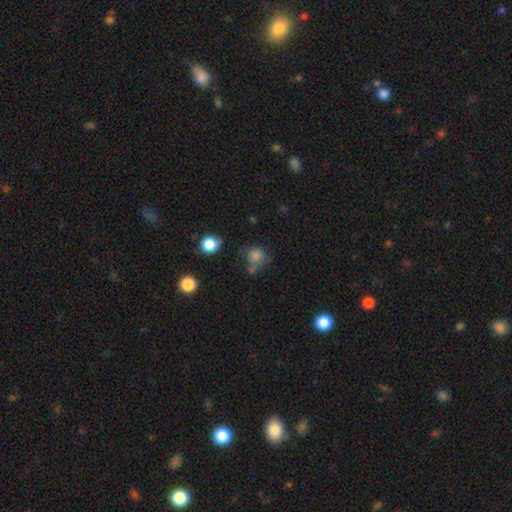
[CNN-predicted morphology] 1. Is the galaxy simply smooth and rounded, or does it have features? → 77% smooth, 13% star or artifact, 10% featured or disk.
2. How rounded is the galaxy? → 81% round, 18% in between, 1% cigar-shaped.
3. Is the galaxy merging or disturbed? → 49% none, 21% minor disturbance, 18% merger, 12% major disturbance.